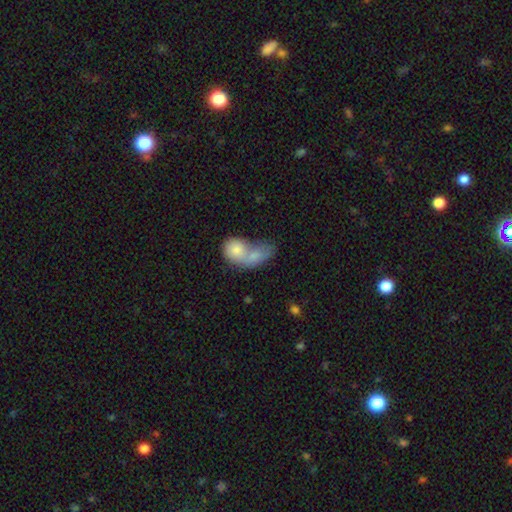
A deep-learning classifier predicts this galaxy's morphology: This is likely a smooth galaxy (76%). How rounded: likely in between (72%). Merging: likely merger (77%).